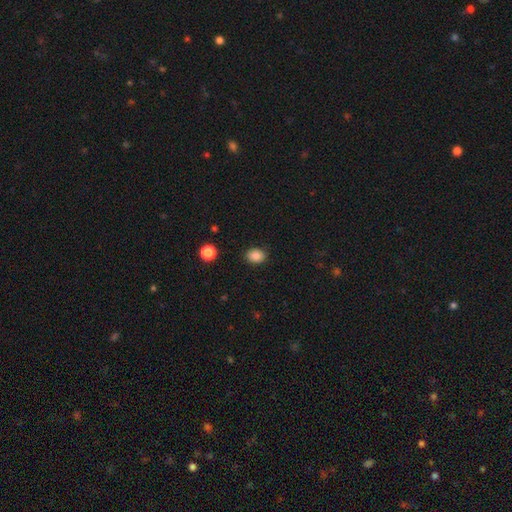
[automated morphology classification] Smooth or featured? Predicted: smooth (p=0.86). How rounded? Predicted: in between (p=0.55). Merging? Predicted: none (p=0.87).